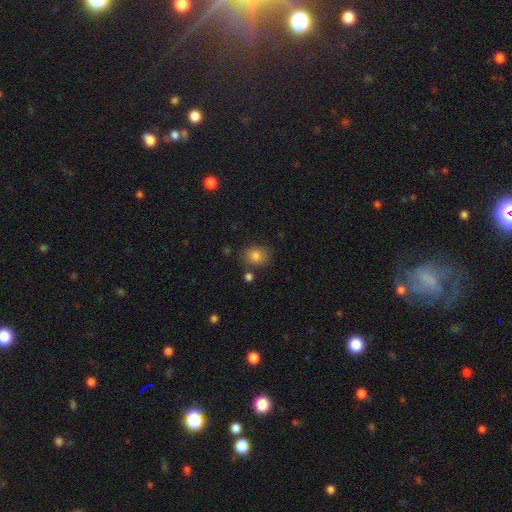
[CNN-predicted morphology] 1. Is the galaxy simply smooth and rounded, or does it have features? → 83% smooth, 10% star or artifact, 7% featured or disk.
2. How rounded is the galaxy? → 56% round, 43% in between, 1% cigar-shaped.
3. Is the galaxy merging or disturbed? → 75% none, 15% minor disturbance, 6% merger, 4% major disturbance.